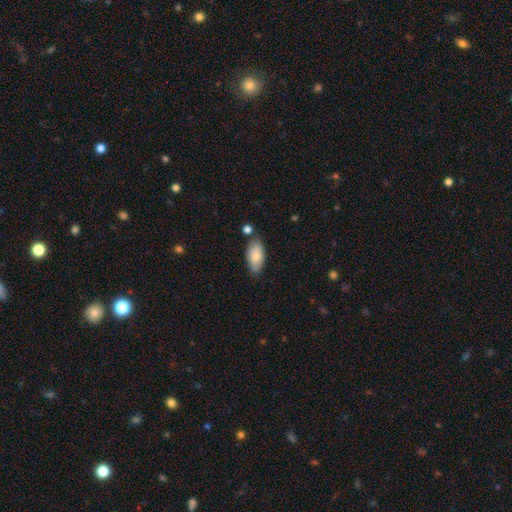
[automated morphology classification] smooth-or-featured: smooth: 81% | featured or disk: 13% | star or artifact: 6%
  how-rounded: in between: 91% | cigar-shaped: 6% | round: 2%
  merging: none: 74% | minor disturbance: 17% | merger: 6% | major disturbance: 3%